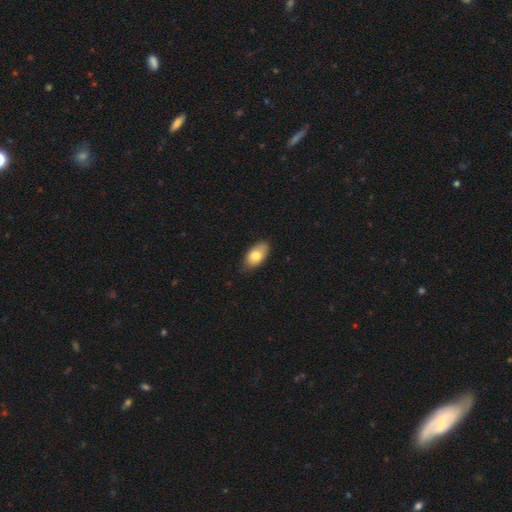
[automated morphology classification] This is likely a smooth galaxy (78%). How rounded: clearly in between (93%). Merging: likely none (77%).